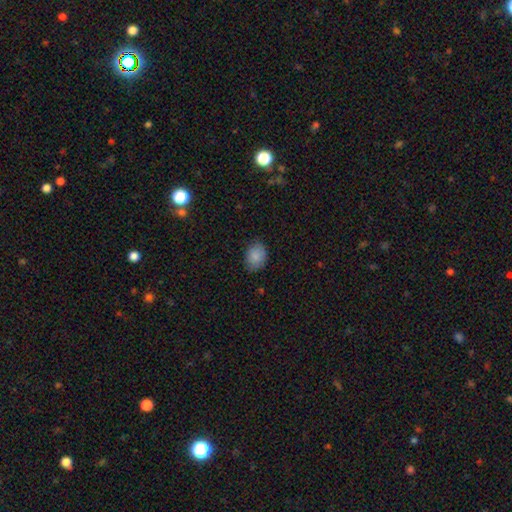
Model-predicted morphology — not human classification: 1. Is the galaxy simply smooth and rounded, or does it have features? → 87% smooth, 8% star or artifact, 6% featured or disk.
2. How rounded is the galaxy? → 64% in between, 35% round, 1% cigar-shaped.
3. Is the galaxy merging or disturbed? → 80% none, 16% minor disturbance, 3% major disturbance, 1% merger.